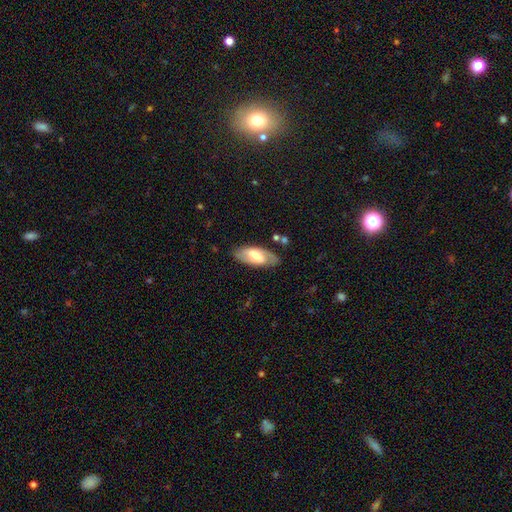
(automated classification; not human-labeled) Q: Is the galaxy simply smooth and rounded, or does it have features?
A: featured or disk — 56%.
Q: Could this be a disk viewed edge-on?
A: no — 89%.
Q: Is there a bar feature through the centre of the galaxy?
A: weak — 42%.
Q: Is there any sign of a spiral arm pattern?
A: yes — 74%.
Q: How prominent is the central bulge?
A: moderate — 50%.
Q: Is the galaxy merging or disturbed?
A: none — 80%.